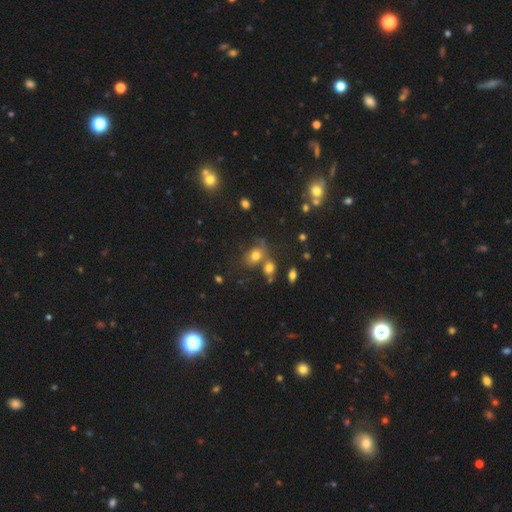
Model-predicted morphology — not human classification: Overall: smooth (71%). How rounded: in between (61%; round 37%). Merging: none (45%; merger 27%).